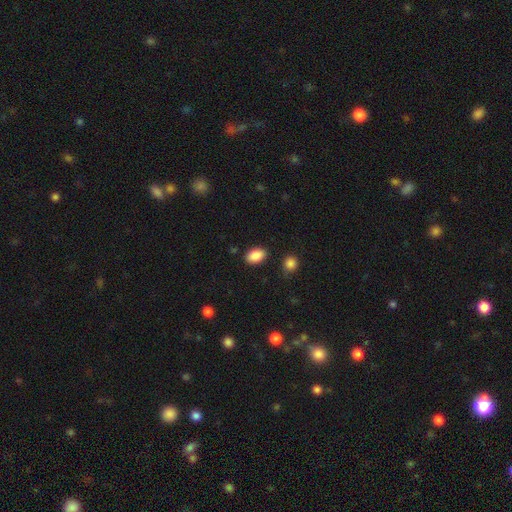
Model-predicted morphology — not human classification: Smooth or featured? Predicted: smooth (p=0.88). How rounded? Predicted: in between (p=0.87). Merging? Predicted: none (p=0.86).